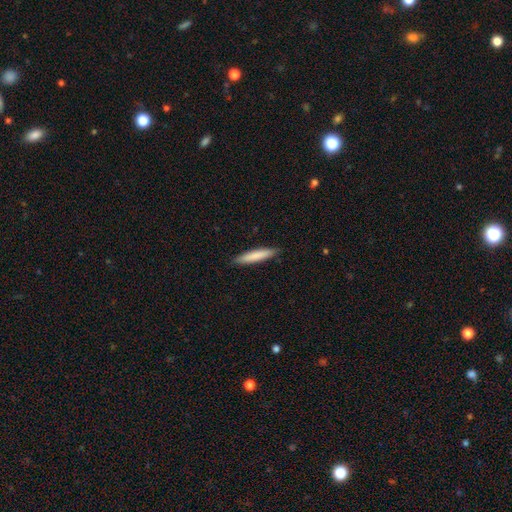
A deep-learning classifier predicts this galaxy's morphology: smooth 80%, featured or disk 15%, star or artifact 5%. Down the decision tree: how rounded — cigar-shaped (90%); merging — none (89%).